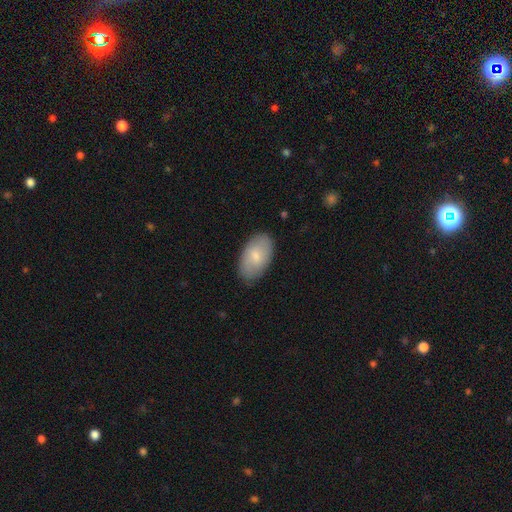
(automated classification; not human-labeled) Overall: smooth (74%). How rounded: in between (94%). Merging: none (84%).